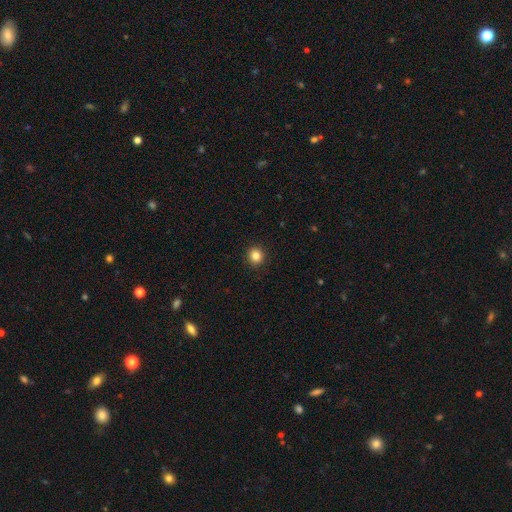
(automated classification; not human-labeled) Smooth or featured?
  - smooth: 84% *
  - star or artifact: 11%
  - featured or disk: 4%
How rounded?
  - round: 91% *
  - in between: 8%
  - cigar-shaped: 1%
Merging?
  - none: 93% *
  - minor disturbance: 5%
  - major disturbance: 2%
  - merger: 1%